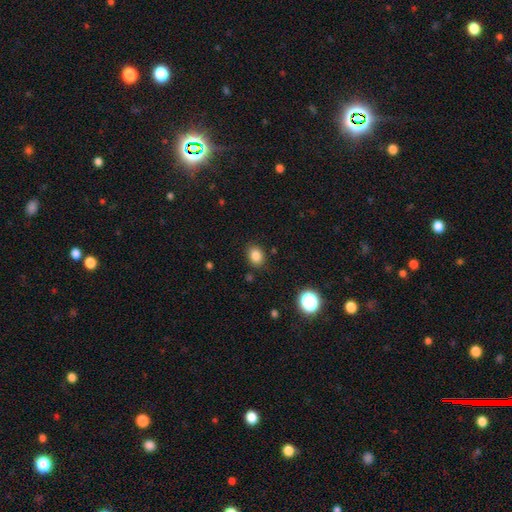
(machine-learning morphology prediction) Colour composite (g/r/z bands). It shows a smooth galaxy with no disk features (83%) that is in between round and cigar-shaped (56%). Merging: none (85%).